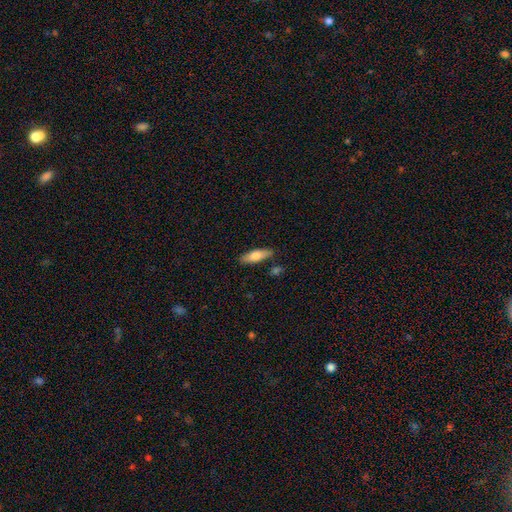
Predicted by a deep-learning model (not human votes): Morphology: type=smooth (73%); roundness=in between (59%); merging=none (79%).